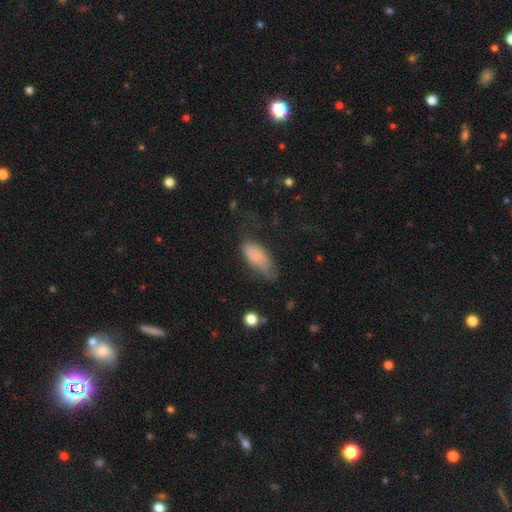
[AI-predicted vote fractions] smooth_or_featured: smooth (p=0.78) [alt: featured or disk p=0.14]
how_rounded: in between (p=0.82) [alt: cigar-shaped p=0.15]
merging: minor disturbance (p=0.37) [alt: none p=0.35]